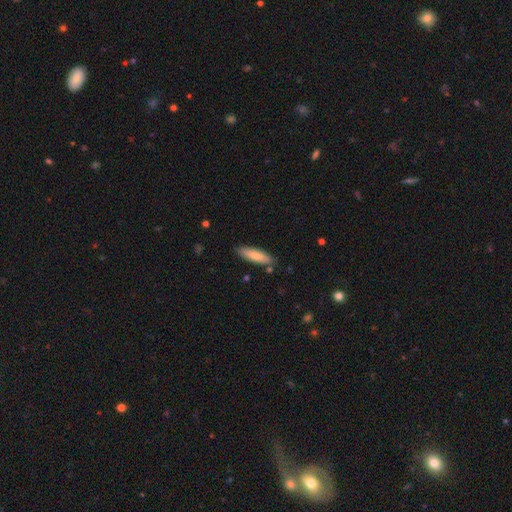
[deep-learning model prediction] Overall: smooth (77%). How rounded: cigar-shaped (66%; in between 33%). Merging: none (85%).